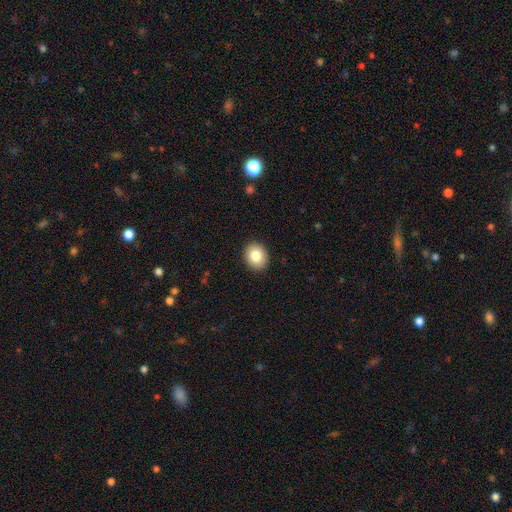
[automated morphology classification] smooth_or_featured: smooth (p=0.82) [alt: featured or disk p=0.09]
how_rounded: round (p=0.57) [alt: in between p=0.42]
merging: none (p=0.91) [alt: minor disturbance p=0.06]